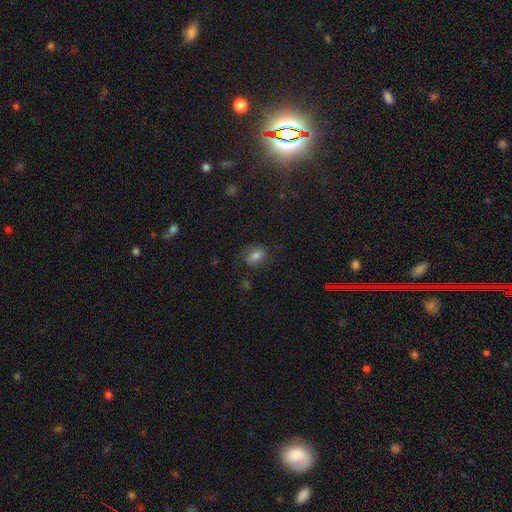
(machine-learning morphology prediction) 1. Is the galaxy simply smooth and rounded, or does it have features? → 77% smooth, 12% featured or disk, 11% star or artifact.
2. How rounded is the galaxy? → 69% in between, 29% round, 2% cigar-shaped.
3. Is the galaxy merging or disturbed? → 73% none, 19% minor disturbance, 7% major disturbance, 2% merger.